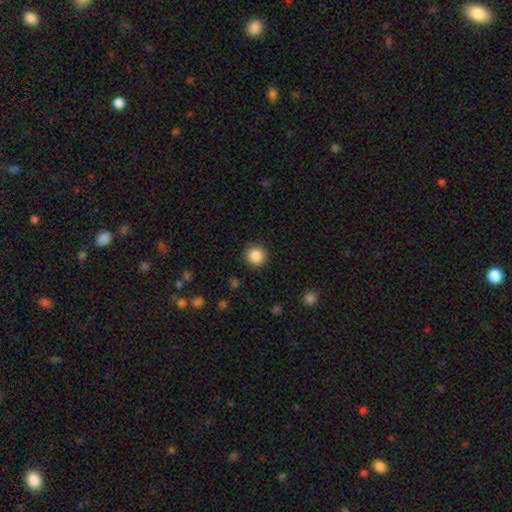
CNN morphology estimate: This appears to be a smooth galaxy with no disk features (86%) that is round (95%). Merging: none (91%).